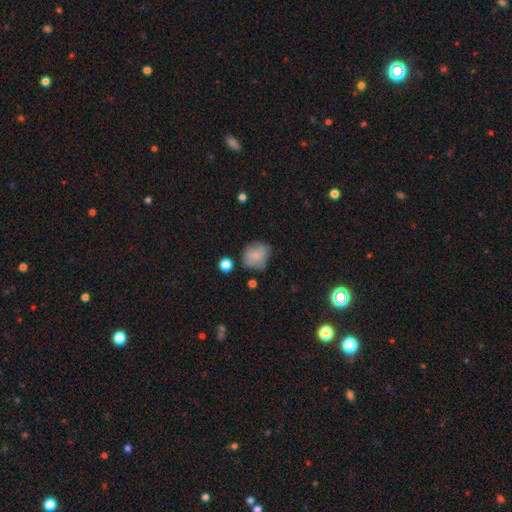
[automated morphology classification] Overall: smooth (77%). How rounded: round (72%). Merging: none (57%; minor disturbance 29%).